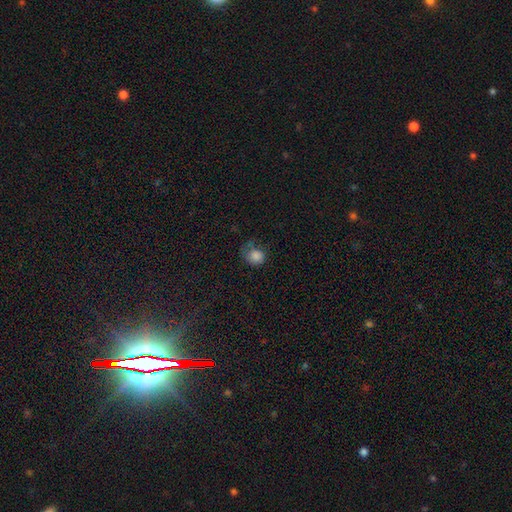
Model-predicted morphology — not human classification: Smooth or featured? Predicted: smooth (p=0.80). How rounded? Predicted: round (p=0.70). Merging? Predicted: none (p=0.39).